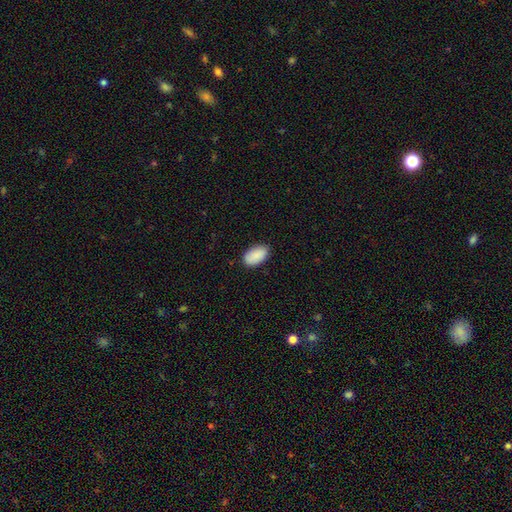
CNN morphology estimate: Smooth or featured? Predicted: smooth (p=0.90). How rounded? Predicted: in between (p=0.95). Merging? Predicted: none (p=0.86).